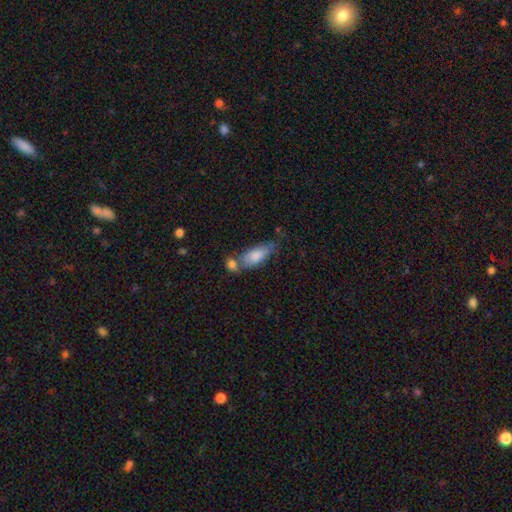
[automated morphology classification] The model was most divided on "merging": none: 42%, merger: 31%, minor disturbance: 20%, major disturbance: 7%. More confident: smooth or featured — smooth (81%); how rounded — in between (77%).